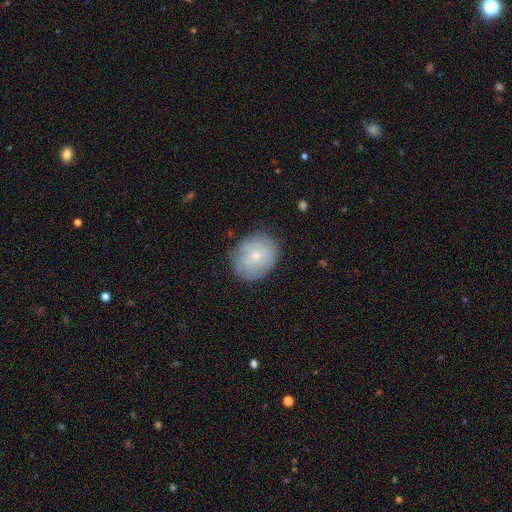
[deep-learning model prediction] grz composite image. It shows a smooth galaxy with no disk features (49%). Merging: none (79%).